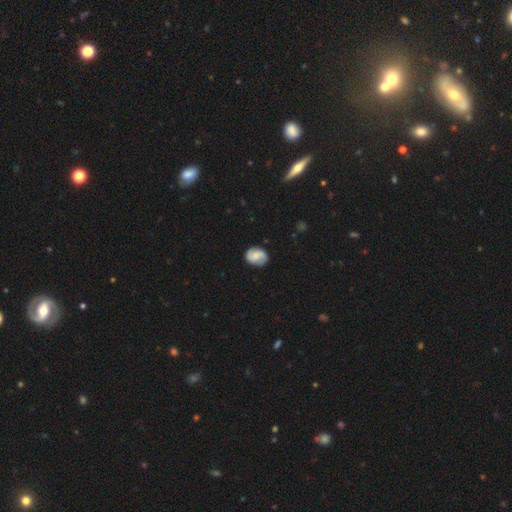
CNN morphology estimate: type=featured or disk (57%); edge-on=no (98%); bar=no (48%); spiral arms=yes (92%); winding=medium (45%); arm count=2 (88%); bulge=small (45%); merging=none (82%).